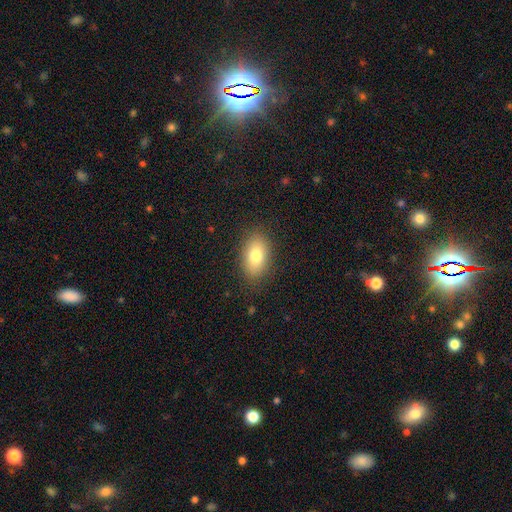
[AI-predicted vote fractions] smooth 79%, featured or disk 13%, star or artifact 8%. Down the decision tree: how rounded — in between (90%); merging — none (86%).